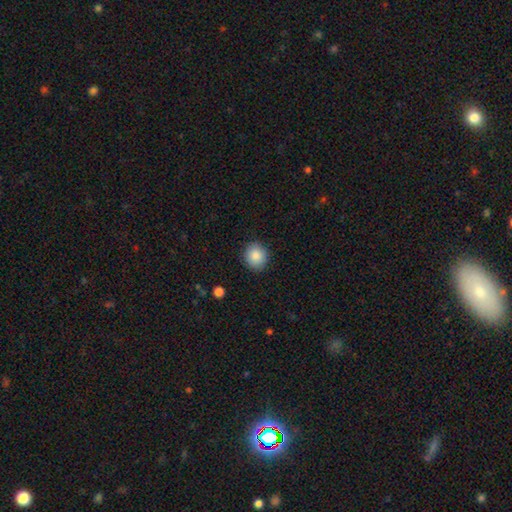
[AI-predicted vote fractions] Morphology: type=smooth (87%); roundness=round (84%); merging=none (89%).